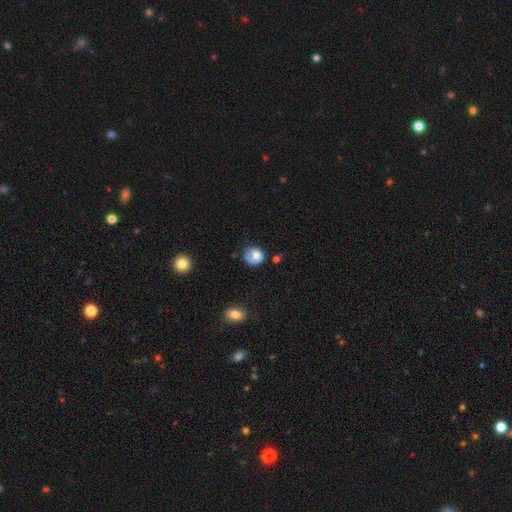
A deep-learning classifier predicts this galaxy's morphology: smooth 70%, featured or disk 22%, star or artifact 8%. Down the decision tree: how rounded — round (72%); merging — none (48%).